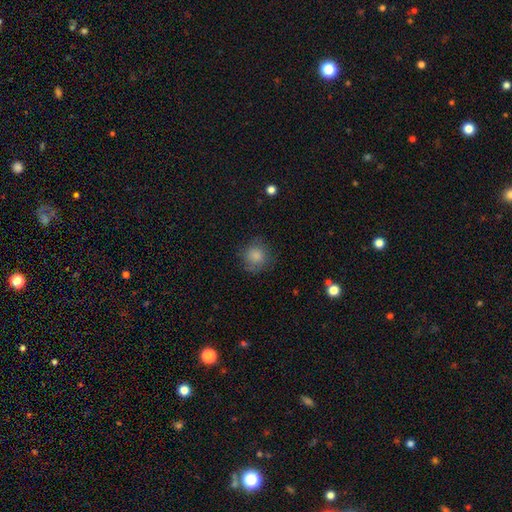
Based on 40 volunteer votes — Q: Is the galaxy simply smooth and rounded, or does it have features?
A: smooth — 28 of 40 (70%).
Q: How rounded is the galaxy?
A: round — 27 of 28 (96%).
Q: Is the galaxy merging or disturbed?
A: none — 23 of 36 (64%).